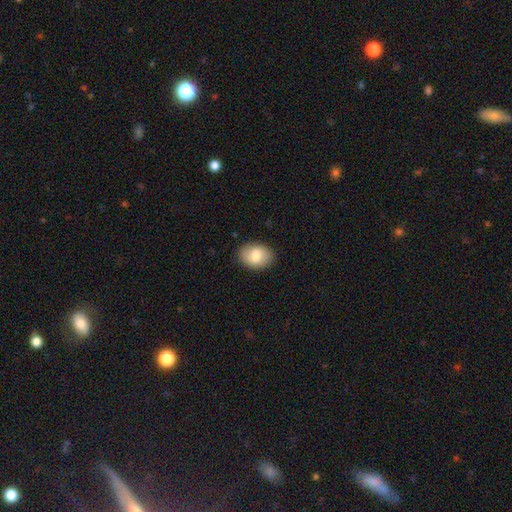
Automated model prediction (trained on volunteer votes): The model was most divided on "how rounded": in between: 76%, round: 23%, cigar-shaped: 1%. More confident: merging — none (87%); smooth or featured — smooth (80%).